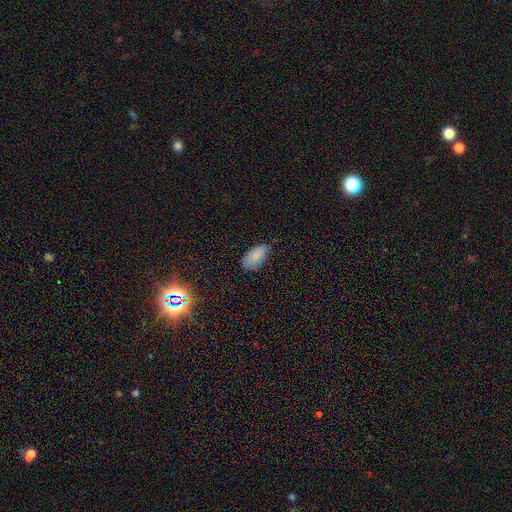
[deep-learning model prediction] The model was most divided on "merging": none: 64%, minor disturbance: 29%, major disturbance: 5%, merger: 2%. More confident: how rounded — in between (94%); smooth or featured — smooth (84%).